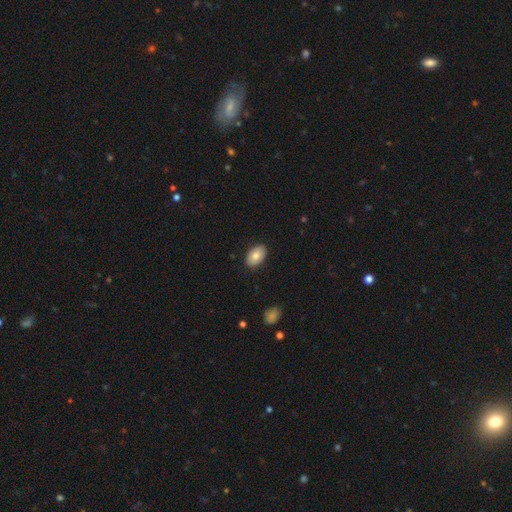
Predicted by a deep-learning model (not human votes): Smooth or featured? Predicted: smooth (p=0.77). How rounded? Predicted: in between (p=0.92). Merging? Predicted: none (p=0.88).